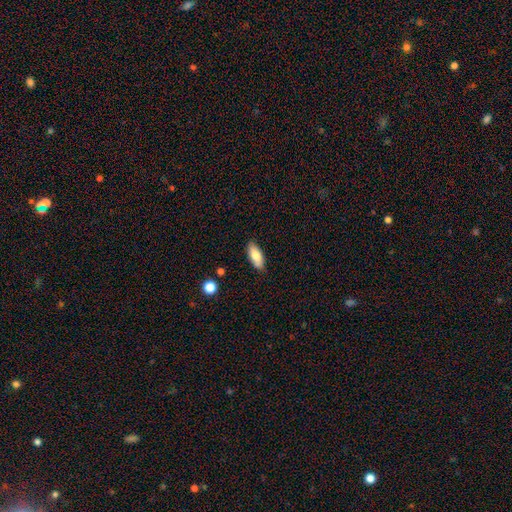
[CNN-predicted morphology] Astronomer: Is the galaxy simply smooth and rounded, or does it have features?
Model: smooth — 79%.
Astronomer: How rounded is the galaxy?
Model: in between — 78%.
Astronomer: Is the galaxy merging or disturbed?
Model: none — 86%.